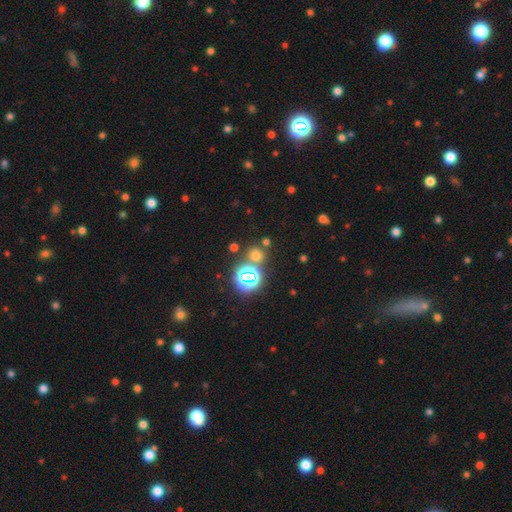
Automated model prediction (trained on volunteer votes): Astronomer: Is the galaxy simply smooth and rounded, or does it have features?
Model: smooth — 57% (runner-up: star or artifact, 36%).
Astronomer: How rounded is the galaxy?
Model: round — 88%.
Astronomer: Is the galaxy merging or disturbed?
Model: none — 76%.